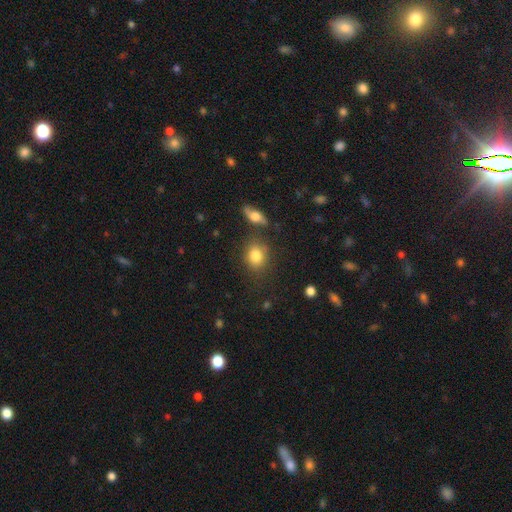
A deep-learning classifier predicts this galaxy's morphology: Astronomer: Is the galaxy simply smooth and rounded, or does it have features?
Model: smooth — 82%.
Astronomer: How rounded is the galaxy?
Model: round — 51% (runner-up: in between, 47%).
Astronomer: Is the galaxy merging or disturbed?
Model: none — 75%.